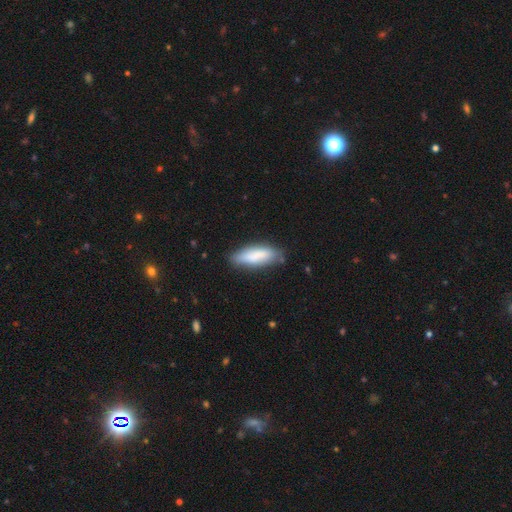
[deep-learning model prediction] Smooth or featured? Predicted: smooth (p=0.79). How rounded? Predicted: in between (p=0.50). Merging? Predicted: none (p=0.75).